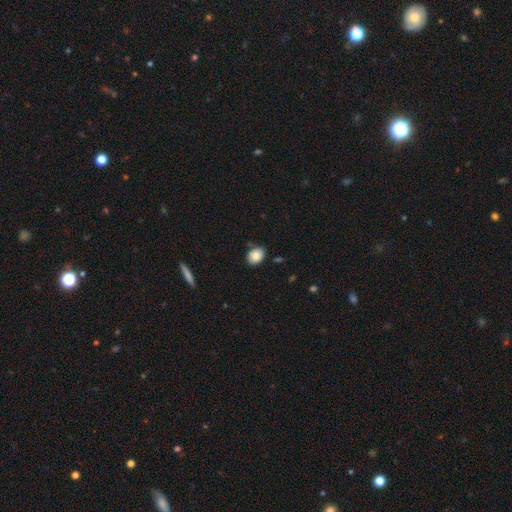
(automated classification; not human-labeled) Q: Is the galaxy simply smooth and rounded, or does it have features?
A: smooth — 84%.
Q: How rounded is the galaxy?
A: in between — 58%.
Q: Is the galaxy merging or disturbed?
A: none — 79%.